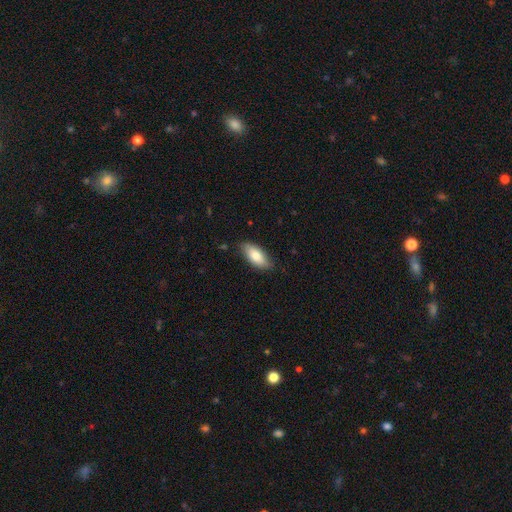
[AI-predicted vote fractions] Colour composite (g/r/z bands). It shows a smooth galaxy with no disk features (78%) that is in between round and cigar-shaped (87%). Merging: none (81%).